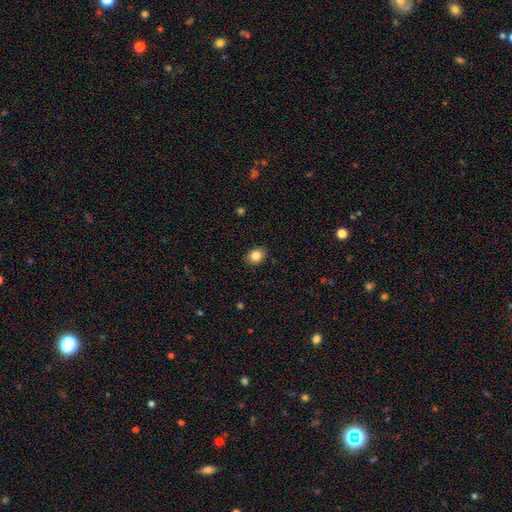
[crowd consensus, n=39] A smooth galaxy with no disk features (87%) that is round (50%, tied with in between). Merging: none (100%).